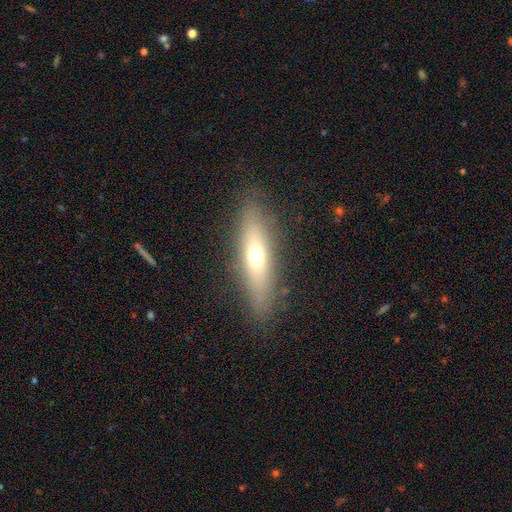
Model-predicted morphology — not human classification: A smooth galaxy with no disk features (55%) that is cigar-shaped (63%). Merging: none (84%).